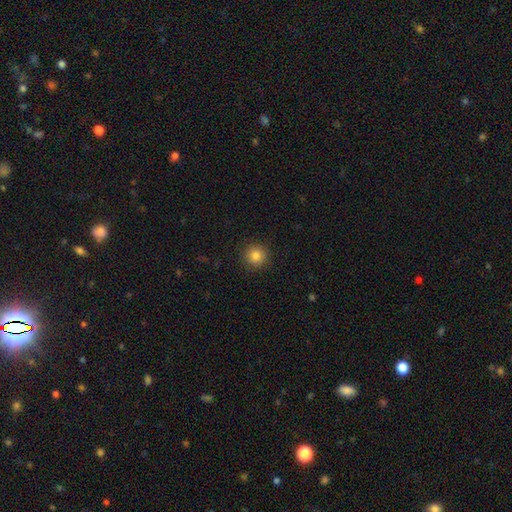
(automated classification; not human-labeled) Smooth or featured?
  - smooth: 83% *
  - star or artifact: 11%
  - featured or disk: 6%
How rounded?
  - round: 95% *
  - in between: 4%
  - cigar-shaped: 1%
Merging?
  - none: 91% *
  - minor disturbance: 6%
  - major disturbance: 2%
  - merger: 1%